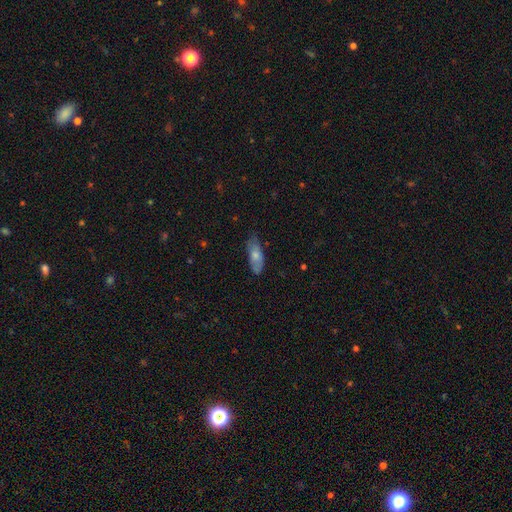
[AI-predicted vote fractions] Smooth or featured?
  - smooth: 70% *
  - featured or disk: 23%
  - star or artifact: 6%
How rounded?
  - in between: 75% *
  - cigar-shaped: 23%
  - round: 2%
Merging?
  - none: 62% *
  - minor disturbance: 29%
  - major disturbance: 7%
  - merger: 2%